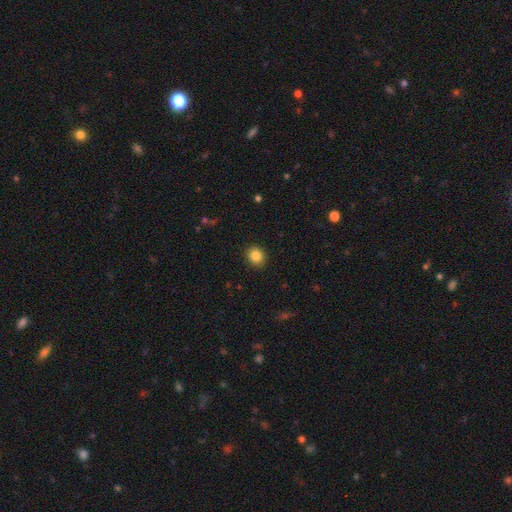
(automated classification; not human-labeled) This is clearly a smooth galaxy (85%). How rounded: likely round (66%). Merging: clearly none (90%).